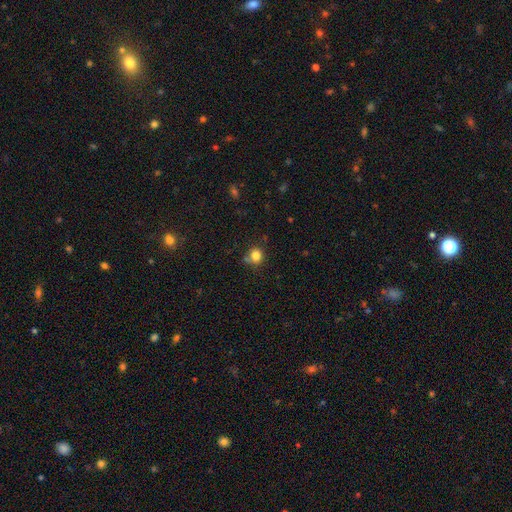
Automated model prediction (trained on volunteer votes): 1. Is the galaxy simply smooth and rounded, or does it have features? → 82% smooth, 12% star or artifact, 6% featured or disk.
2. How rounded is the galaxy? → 87% round, 12% in between, 1% cigar-shaped.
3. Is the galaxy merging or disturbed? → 70% none, 15% minor disturbance, 10% merger, 4% major disturbance.